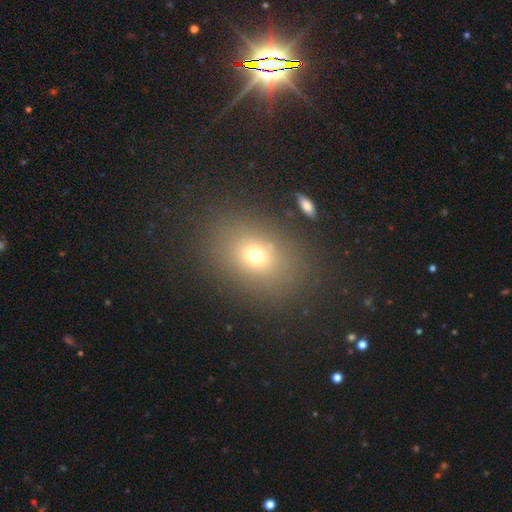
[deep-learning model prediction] A smooth galaxy with no disk features (68%) that is in between round and cigar-shaped (58%).

Vote fractions:
- Smooth or featured? smooth: 68% / star or artifact: 18% / featured or disk: 14%
- How rounded? in between: 58% / round: 41% / cigar-shaped: 1%
- Merging? none: 81% / minor disturbance: 10% / major disturbance: 5% / merger: 4%